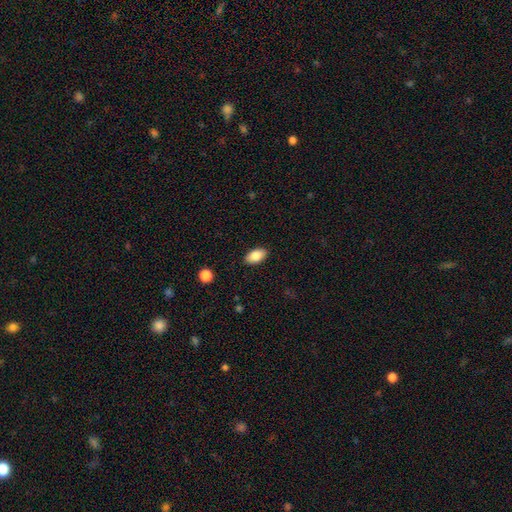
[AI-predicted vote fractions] Smooth or featured? Predicted: smooth (p=0.84). How rounded? Predicted: in between (p=0.94). Merging? Predicted: none (p=0.88).